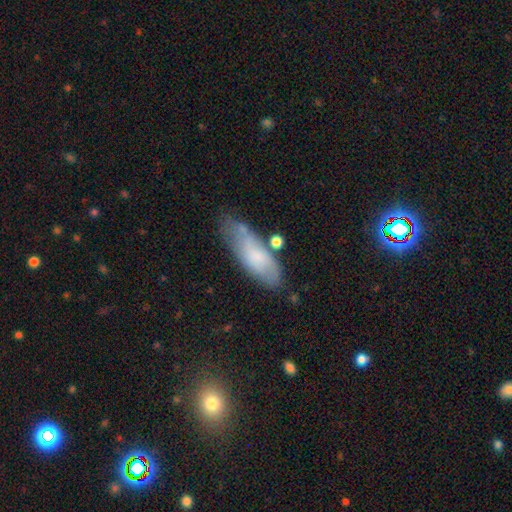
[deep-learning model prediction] A smooth galaxy with no disk features (65%) that is in between round and cigar-shaped (67%).

Vote fractions:
- Smooth or featured? smooth: 65% / featured or disk: 27% / star or artifact: 8%
- How rounded? in between: 67% / cigar-shaped: 31% / round: 2%
- Merging? none: 56% / minor disturbance: 28% / major disturbance: 9% / merger: 7%